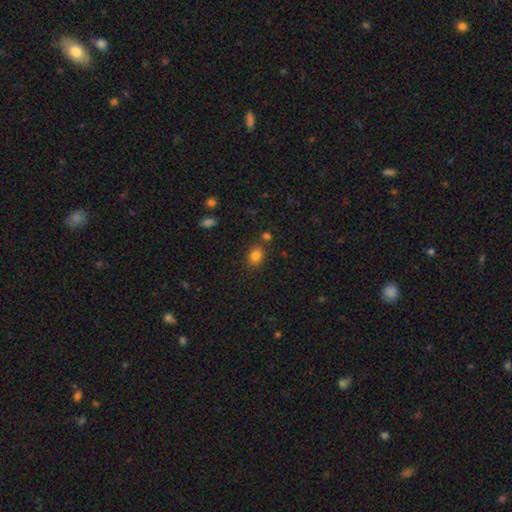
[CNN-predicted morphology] A smooth galaxy with no disk features (81%) that is in between round and cigar-shaped (50%).

Vote fractions:
- Smooth or featured? smooth: 81% / star or artifact: 12% / featured or disk: 6%
- How rounded? in between: 50% / round: 49% / cigar-shaped: 1%
- Merging? none: 77% / minor disturbance: 12% / merger: 7% / major disturbance: 3%